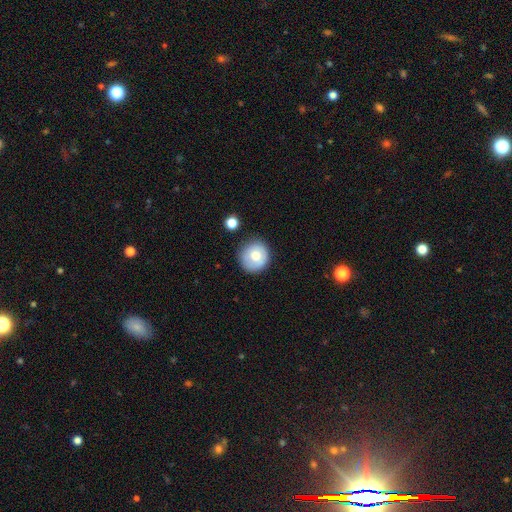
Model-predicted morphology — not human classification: Smooth or featured? smooth (70%)
How rounded? round (91%)
Merging? none (80%)